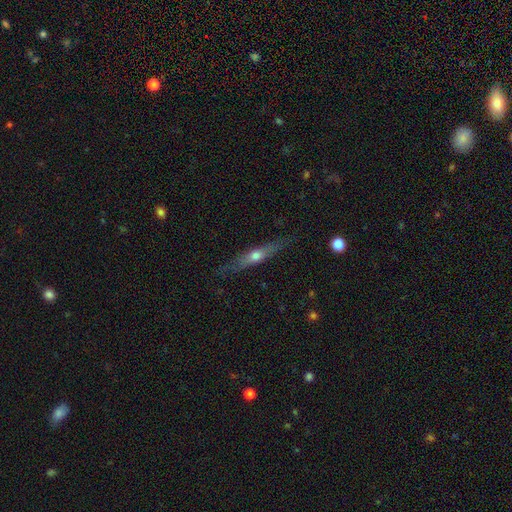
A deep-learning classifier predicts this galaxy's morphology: A featured or disk galaxy (59%) viewed edge-on (92%) with a rounded central bulge (89%). Merging: none (83%).